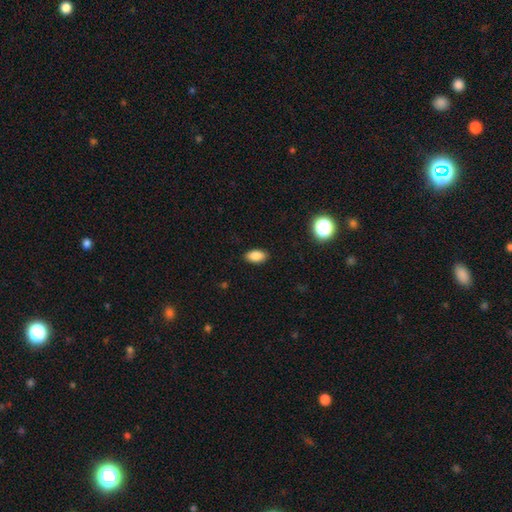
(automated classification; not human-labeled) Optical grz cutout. It shows a smooth galaxy with no disk features (86%) that is in between round and cigar-shaped (92%). Merging: none (88%).